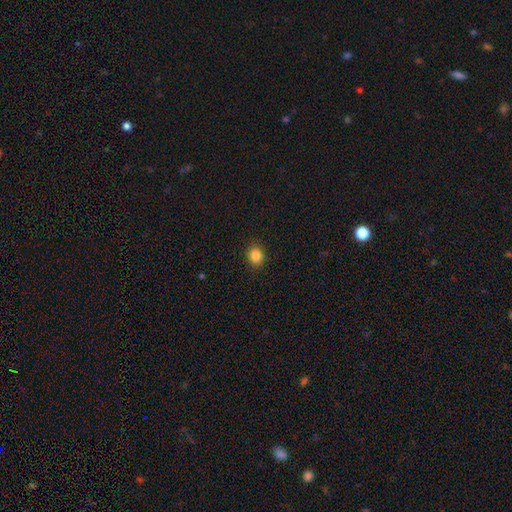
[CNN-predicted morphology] Smooth or featured? smooth (85%)
How rounded? round (67%)
Merging? none (90%)